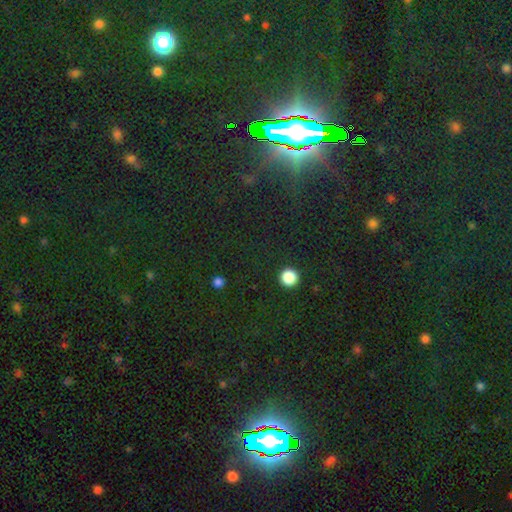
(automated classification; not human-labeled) The model was most divided on "smooth or featured": star or artifact: 81%, smooth: 12%, featured or disk: 7%.